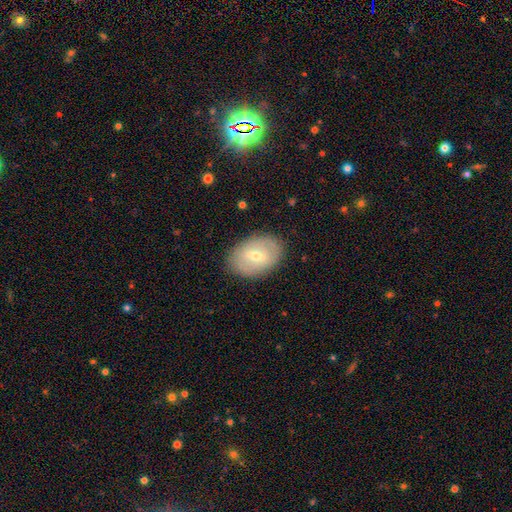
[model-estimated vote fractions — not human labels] Q: Smooth or featured?
A: smooth (49%); runner-up: featured or disk (44%)
Q: Merging?
A: none (85%); runner-up: minor disturbance (11%)